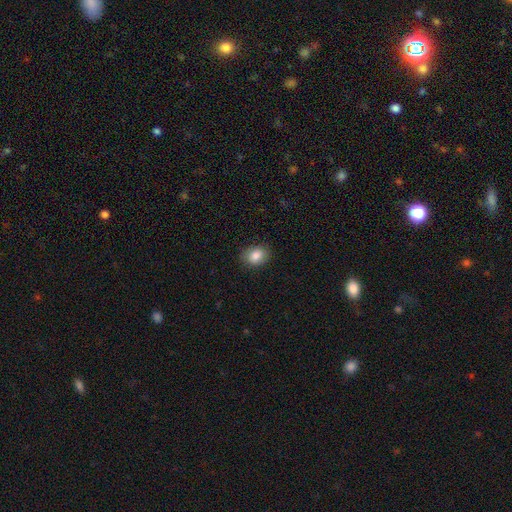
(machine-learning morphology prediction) This appears to be a smooth galaxy with no disk features (86%) that is in between round and cigar-shaped (61%). Merging: none (85%).